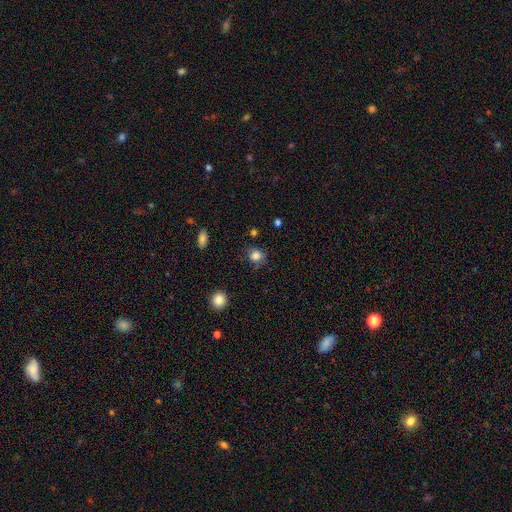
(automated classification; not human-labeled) Smooth or featured? Predicted: smooth (p=0.82). How rounded? Predicted: round (p=0.72). Merging? Predicted: none (p=0.73).